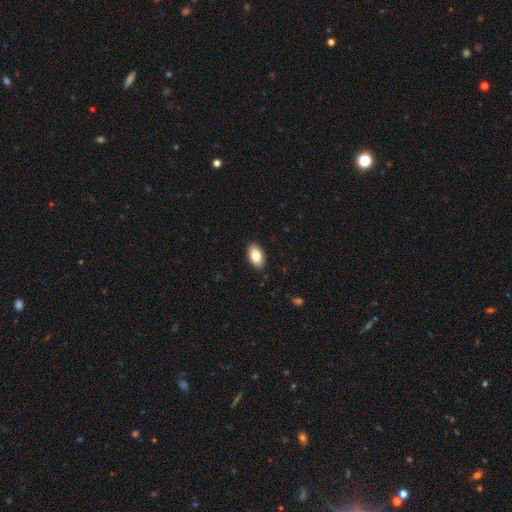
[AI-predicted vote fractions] Smooth or featured?
  - smooth: 83% *
  - featured or disk: 10%
  - star or artifact: 7%
How rounded?
  - in between: 94% *
  - round: 4%
  - cigar-shaped: 2%
Merging?
  - none: 90% *
  - minor disturbance: 8%
  - major disturbance: 2%
  - merger: 1%